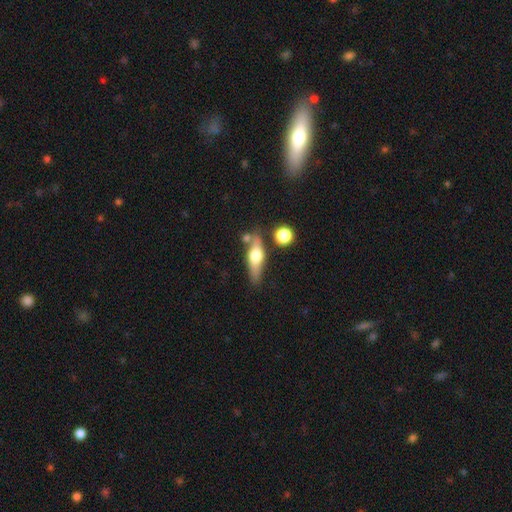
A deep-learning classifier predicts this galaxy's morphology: Smooth or featured? Predicted: featured or disk (p=0.54). Edge-on disk? Predicted: yes (p=0.89). Merging? Predicted: none (p=0.72).